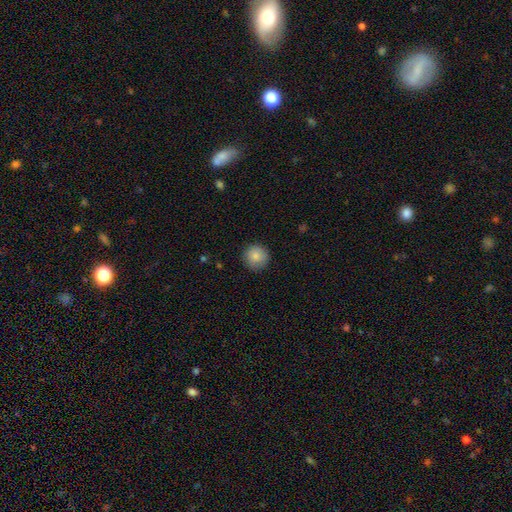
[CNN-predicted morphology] Smooth or featured? smooth (86%)
How rounded? round (94%)
Merging? none (88%)